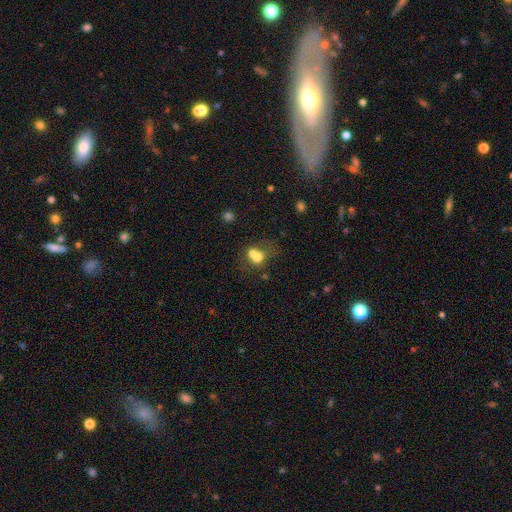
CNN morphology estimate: Overall: smooth (64%). How rounded: round (65%; in between 34%). Merging: merger (62%; none 26%).